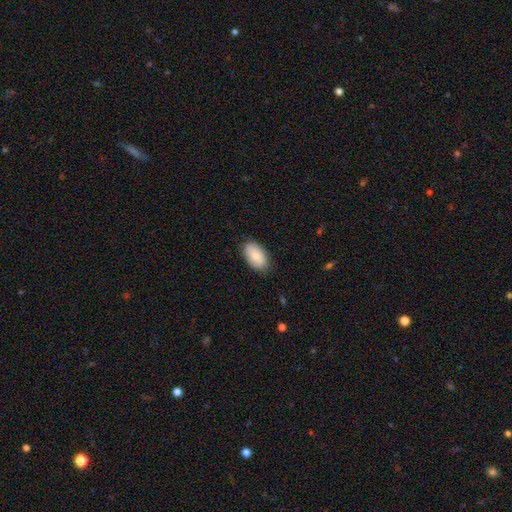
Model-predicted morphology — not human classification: smooth 83%, featured or disk 11%, star or artifact 6%. Down the decision tree: how rounded — in between (94%); merging — none (83%).